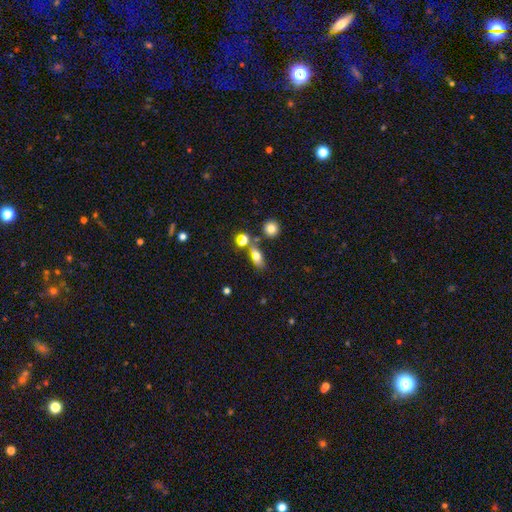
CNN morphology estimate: smooth-or-featured: smooth: 65% | featured or disk: 22% | star or artifact: 13%
  how-rounded: in between: 65% | cigar-shaped: 23% | round: 12%
  merging: none: 65% | merger: 17% | minor disturbance: 13% | major disturbance: 6%